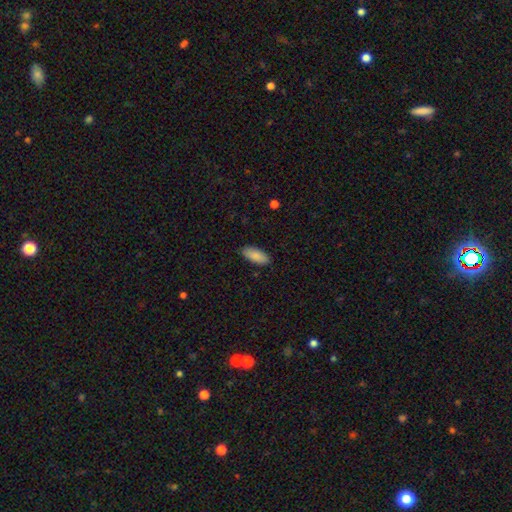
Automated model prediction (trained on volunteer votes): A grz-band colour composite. It shows a smooth galaxy with no disk features (89%) that is in between round and cigar-shaped (86%). Merging: none (88%).